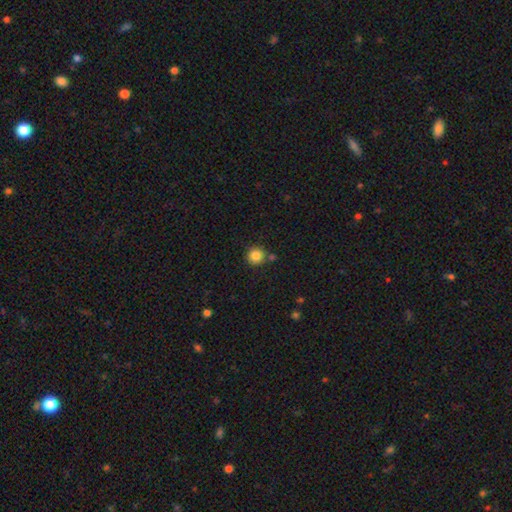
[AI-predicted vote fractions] Smooth or featured?
  - smooth: 85% *
  - star or artifact: 10%
  - featured or disk: 5%
How rounded?
  - round: 94% *
  - in between: 5%
  - cigar-shaped: 1%
Merging?
  - none: 80% *
  - merger: 9%
  - minor disturbance: 9%
  - major disturbance: 2%